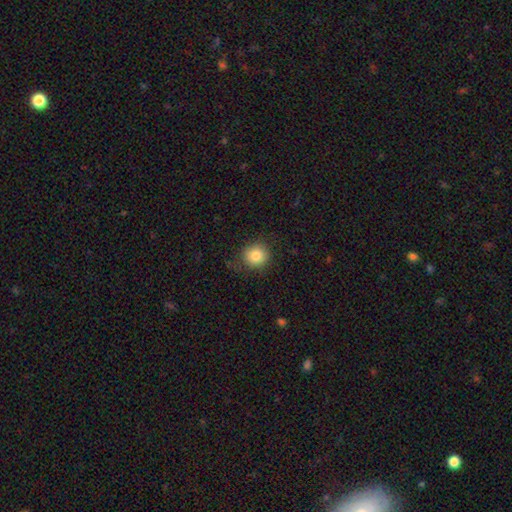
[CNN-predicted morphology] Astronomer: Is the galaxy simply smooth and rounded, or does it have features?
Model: smooth — 83%.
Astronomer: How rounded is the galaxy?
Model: round — 87%.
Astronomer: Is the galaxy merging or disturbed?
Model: none — 81%.